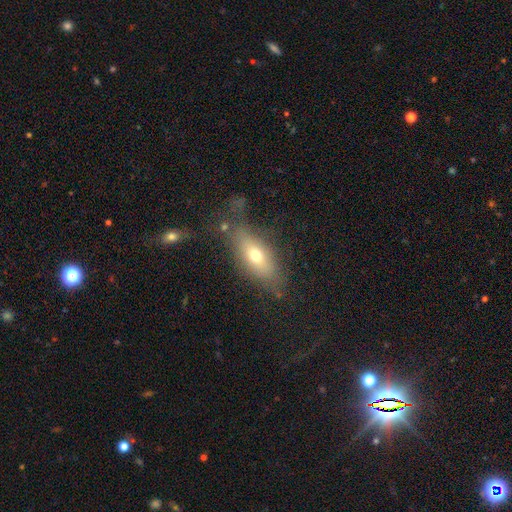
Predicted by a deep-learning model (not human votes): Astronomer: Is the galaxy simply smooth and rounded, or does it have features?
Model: smooth — 61%.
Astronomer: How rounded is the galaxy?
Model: in between — 68%.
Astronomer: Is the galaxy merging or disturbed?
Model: none — 64%.